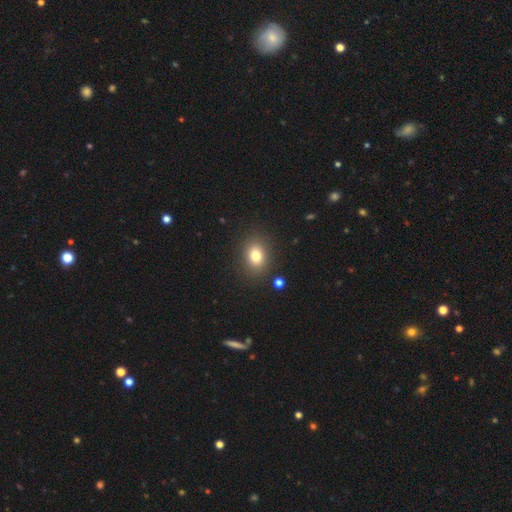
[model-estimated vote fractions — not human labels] This appears to be a smooth galaxy with no disk features (79%) that is in between round and cigar-shaped (54%). Merging: none (87%).